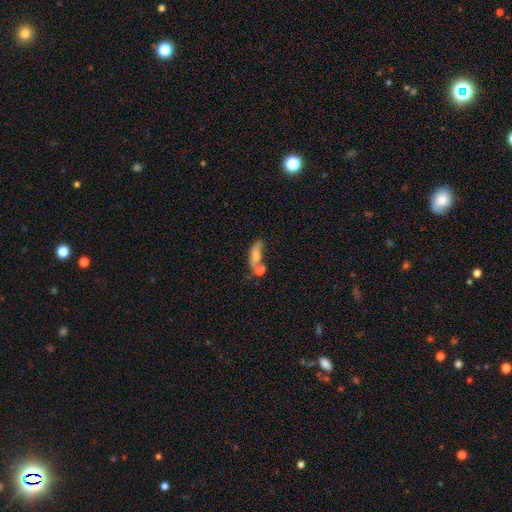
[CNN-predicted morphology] Smooth or featured? Predicted: smooth (p=0.71). How rounded? Predicted: in between (p=0.70). Merging? Predicted: merger (p=0.43).